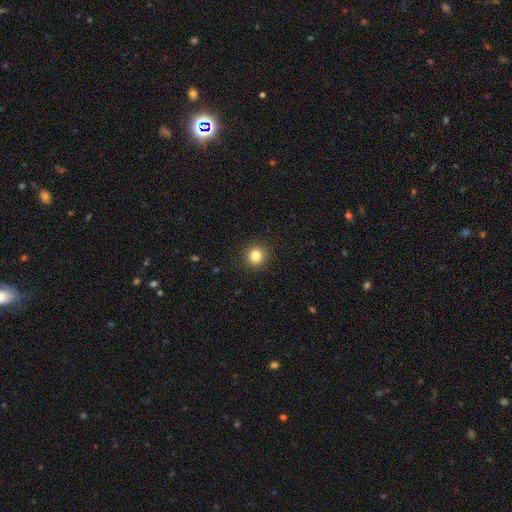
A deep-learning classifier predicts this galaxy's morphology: Smooth or featured?
  - smooth: 84% *
  - star or artifact: 11%
  - featured or disk: 5%
How rounded?
  - round: 92% *
  - in between: 7%
  - cigar-shaped: 1%
Merging?
  - none: 91% *
  - minor disturbance: 6%
  - major disturbance: 2%
  - merger: 1%